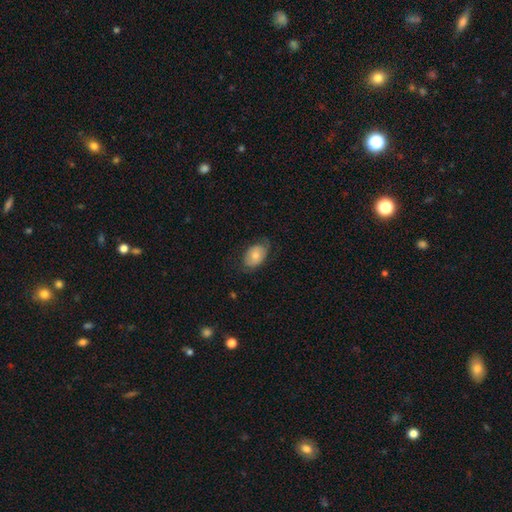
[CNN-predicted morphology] Overall: smooth (69%). How rounded: in between (85%). Merging: none (67%).